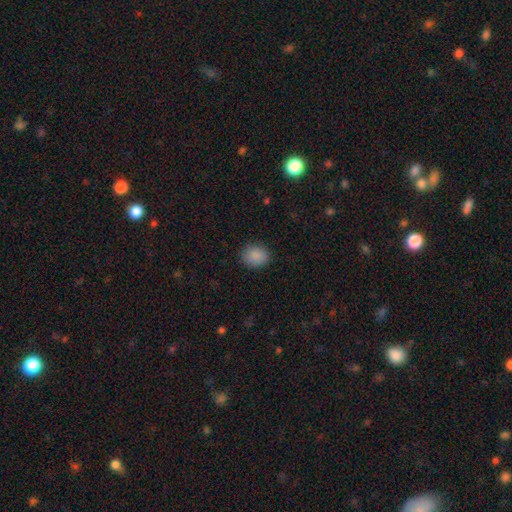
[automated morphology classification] smooth 88%, star or artifact 9%, featured or disk 3%. Down the decision tree: how rounded — round (59%); merging — none (87%).